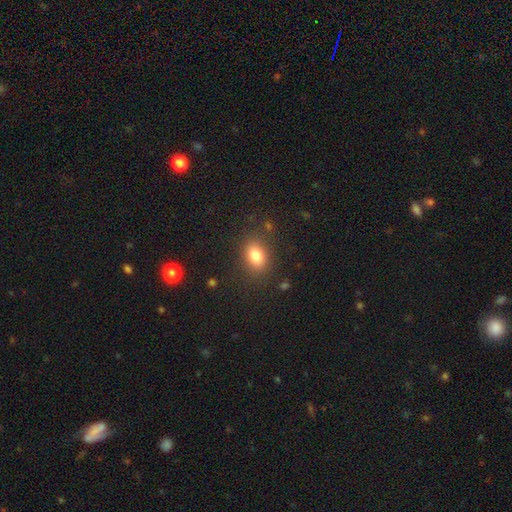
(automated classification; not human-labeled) Smooth or featured?
  - smooth: 82% *
  - star or artifact: 10%
  - featured or disk: 8%
How rounded?
  - in between: 78% *
  - round: 20%
  - cigar-shaped: 2%
Merging?
  - none: 83% *
  - minor disturbance: 11%
  - major disturbance: 4%
  - merger: 2%